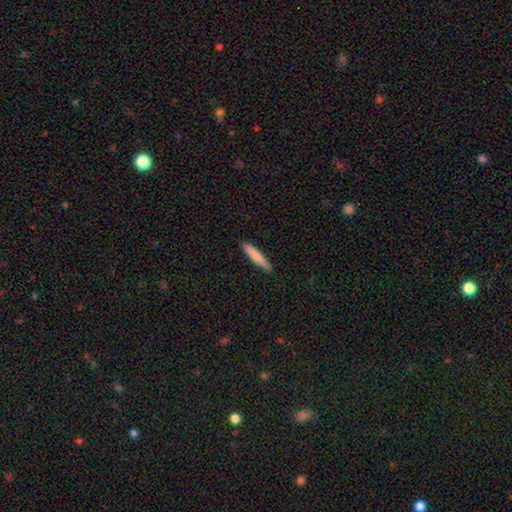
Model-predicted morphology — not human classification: Smooth or featured: smooth — 80% (featured or disk — 15%)
How rounded: cigar-shaped — 92% (in between — 7%)
Merging: none — 90% (minor disturbance — 7%)